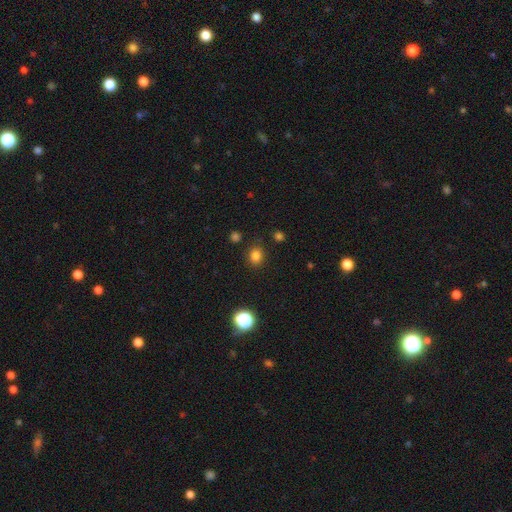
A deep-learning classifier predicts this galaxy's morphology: This is clearly a smooth galaxy (80%). How rounded: likely round (69%). Merging: clearly none (85%).